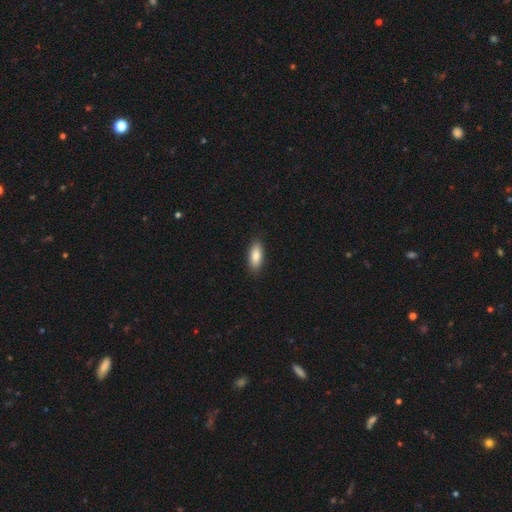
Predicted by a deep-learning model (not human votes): Overall: smooth (86%). How rounded: in between (83%). Merging: none (88%).